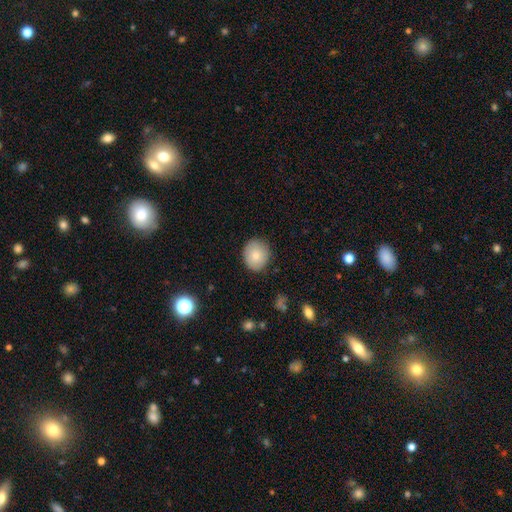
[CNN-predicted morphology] Smooth or featured? smooth (80%)
How rounded? round (73%)
Merging? none (84%)